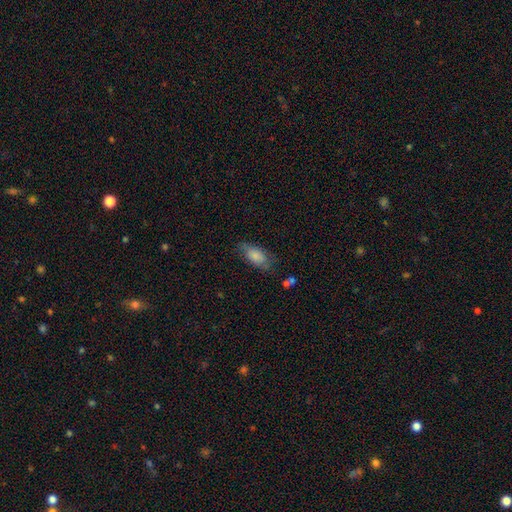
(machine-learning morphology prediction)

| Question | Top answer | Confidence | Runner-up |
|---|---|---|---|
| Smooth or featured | smooth | 77% | featured or disk (16%) |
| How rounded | in between | 88% | cigar-shaped (9%) |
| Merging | none | 63% | minor disturbance (26%) |